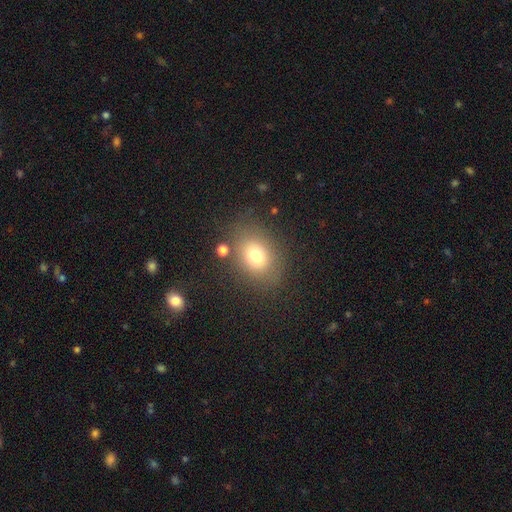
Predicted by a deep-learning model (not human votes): Smooth or featured? Predicted: smooth (p=0.74). How rounded? Predicted: in between (p=0.55). Merging? Predicted: none (p=0.76).